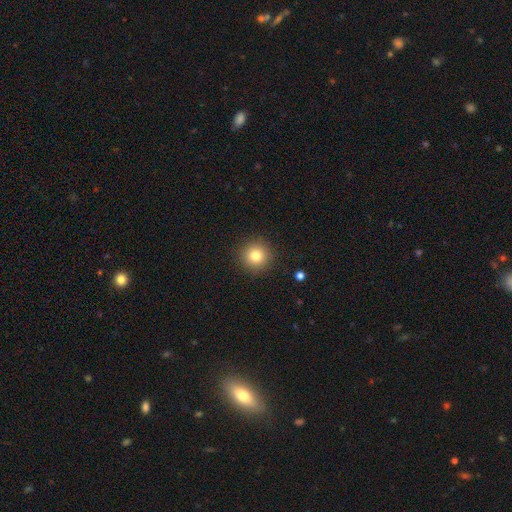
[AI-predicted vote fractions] smooth_or_featured: smooth (p=0.80) [alt: star or artifact p=0.12]
how_rounded: round (p=0.95) [alt: in between p=0.04]
merging: none (p=0.91) [alt: minor disturbance p=0.06]